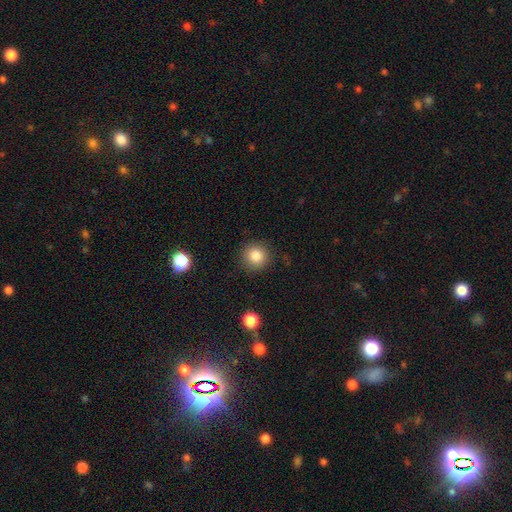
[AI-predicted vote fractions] smooth_or_featured: smooth (p=0.83) [alt: star or artifact p=0.11]
how_rounded: round (p=0.93) [alt: in between p=0.06]
merging: none (p=0.89) [alt: minor disturbance p=0.07]